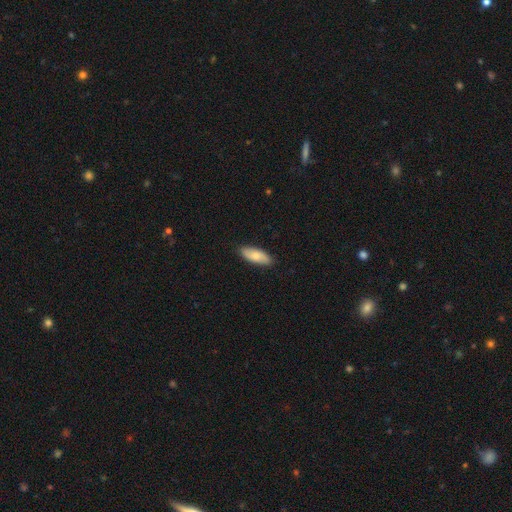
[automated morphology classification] type=smooth (72%); roundness=in between (75%); merging=none (88%).